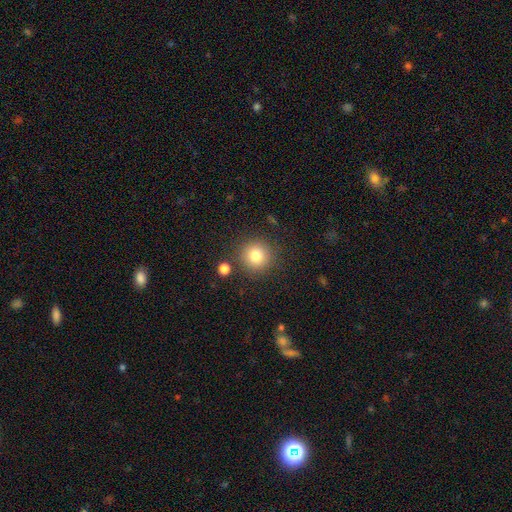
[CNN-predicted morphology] Smooth or featured? Predicted: smooth (p=0.81). How rounded? Predicted: round (p=0.94). Merging? Predicted: none (p=0.85).